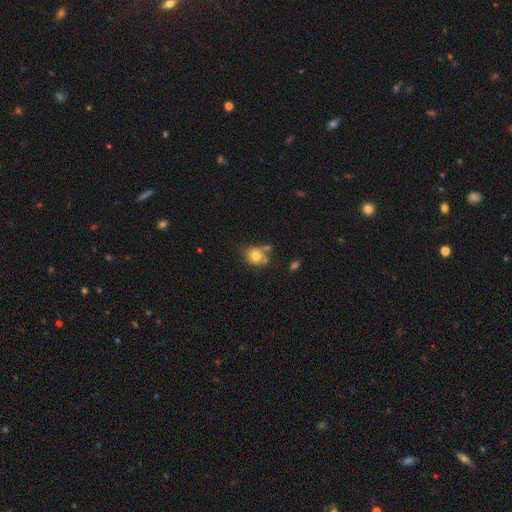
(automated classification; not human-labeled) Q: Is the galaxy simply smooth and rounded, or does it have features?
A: smooth — 76%.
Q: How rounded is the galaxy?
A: round — 71%.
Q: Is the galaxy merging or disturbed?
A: none — 54%.